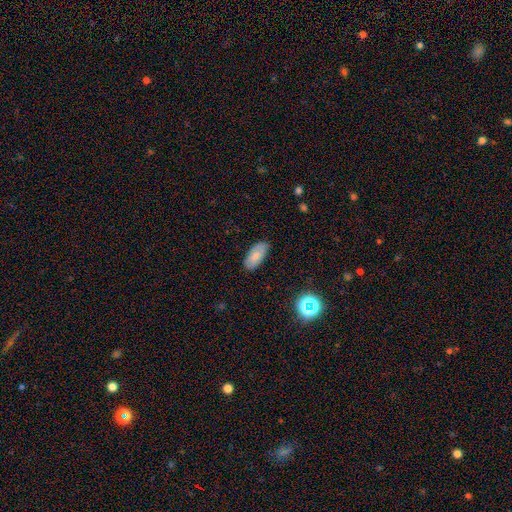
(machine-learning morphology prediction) type=smooth (74%); roundness=in between (91%); merging=none (83%).